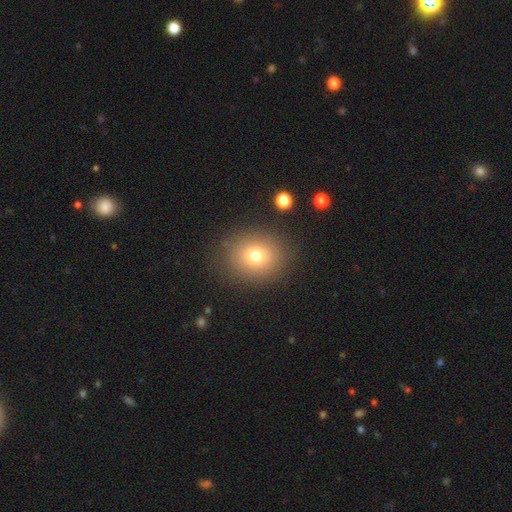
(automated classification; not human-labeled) smooth-or-featured: smooth: 74% | star or artifact: 14% | featured or disk: 12%
  how-rounded: round: 68% | in between: 31% | cigar-shaped: 1%
  merging: none: 85% | minor disturbance: 8% | major disturbance: 4% | merger: 2%